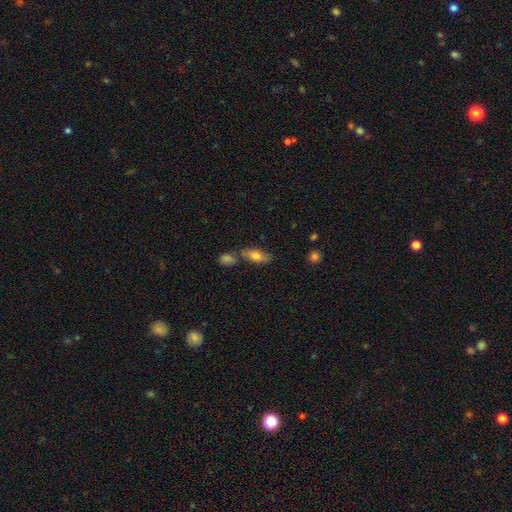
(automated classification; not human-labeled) This is likely a smooth galaxy (72%). How rounded: likely in between (79%). Merging: likely none (61%).